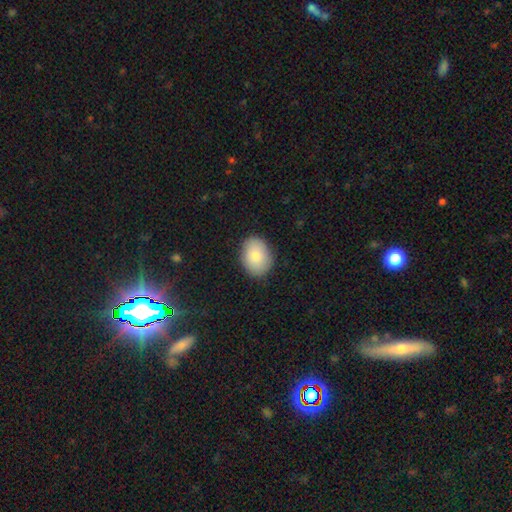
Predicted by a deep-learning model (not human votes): Q: Smooth or featured?
A: smooth (81%); runner-up: featured or disk (12%)
Q: How rounded?
A: in between (69%); runner-up: round (30%)
Q: Merging?
A: none (87%); runner-up: minor disturbance (10%)